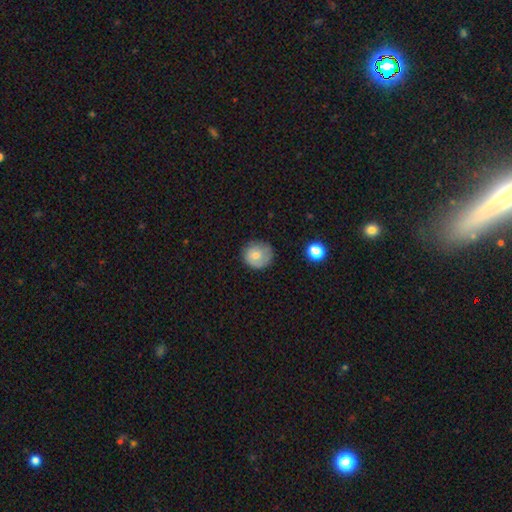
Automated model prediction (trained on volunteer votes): Smooth or featured? Predicted: smooth (p=0.73). How rounded? Predicted: round (p=0.88). Merging? Predicted: none (p=0.73).